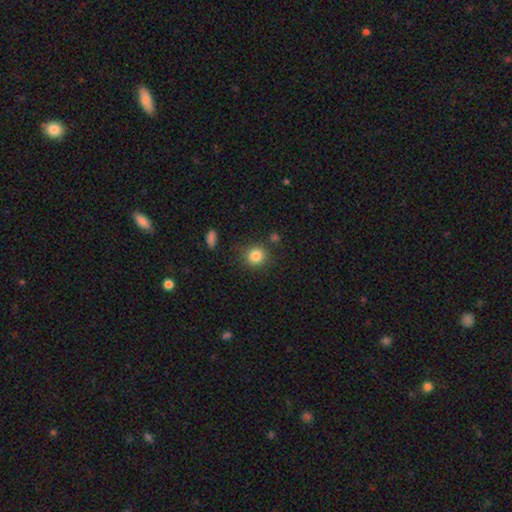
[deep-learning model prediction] Q: Smooth or featured?
A: smooth (84%); runner-up: star or artifact (11%)
Q: How rounded?
A: round (90%); runner-up: in between (9%)
Q: Merging?
A: none (84%); runner-up: minor disturbance (9%)